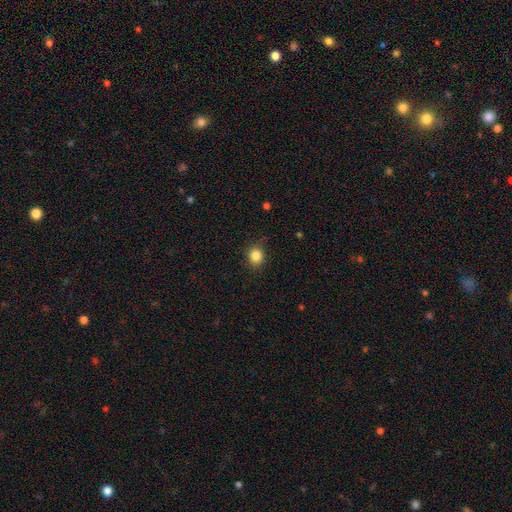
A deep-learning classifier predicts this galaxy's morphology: The model was most divided on "how rounded": round: 78%, in between: 21%, cigar-shaped: 1%. More confident: merging — none (86%); smooth or featured — smooth (85%).